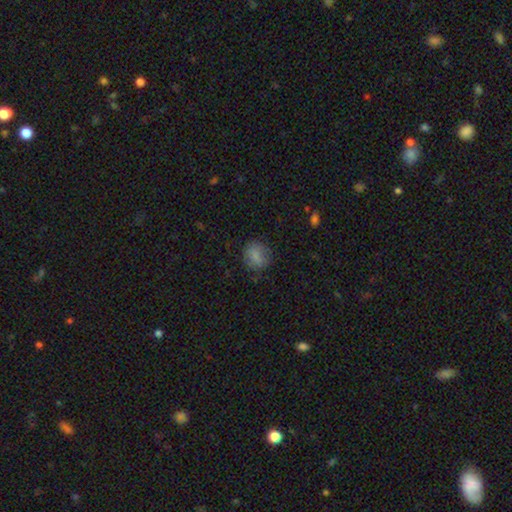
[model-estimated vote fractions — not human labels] Smooth or featured?
  - smooth: 81% *
  - star or artifact: 9%
  - featured or disk: 9%
How rounded?
  - round: 65% *
  - in between: 34%
  - cigar-shaped: 1%
Merging?
  - none: 75% *
  - minor disturbance: 18%
  - major disturbance: 6%
  - merger: 1%